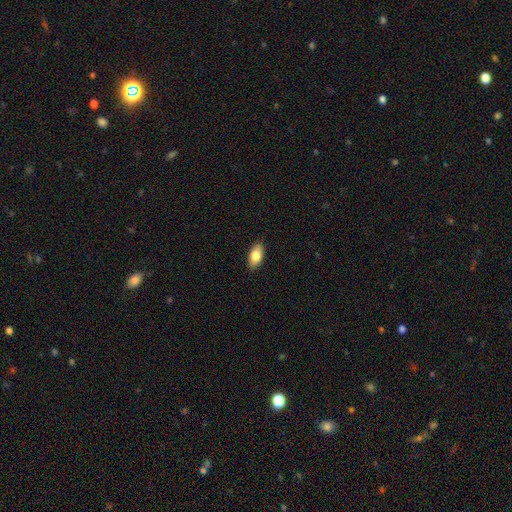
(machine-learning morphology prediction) The model was most divided on "smooth or featured": smooth: 81%, featured or disk: 12%, star or artifact: 7%. More confident: how rounded — in between (91%); merging — none (89%).